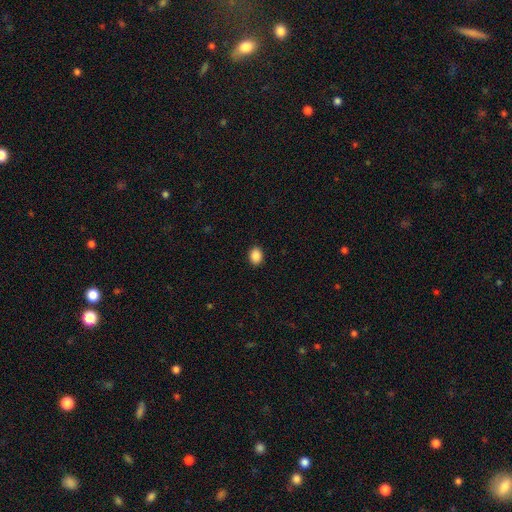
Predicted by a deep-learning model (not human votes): Smooth or featured: smooth — 89% (star or artifact — 8%)
How rounded: in between — 57% (round — 42%)
Merging: none — 91% (minor disturbance — 6%)